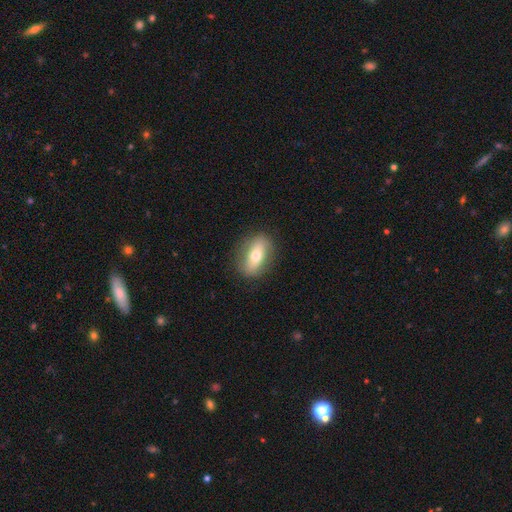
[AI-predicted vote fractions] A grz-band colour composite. It shows a smooth galaxy with no disk features (61%) that is in between round and cigar-shaped (81%). Merging: none (85%).